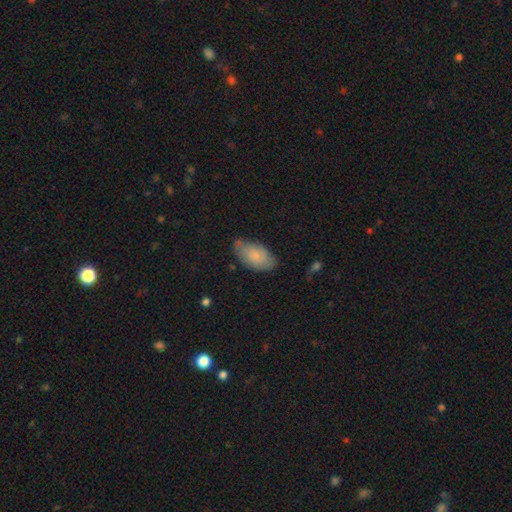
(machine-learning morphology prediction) This appears to be a smooth galaxy with no disk features (76%) that is in between round and cigar-shaped (94%). Merging: none (64%).